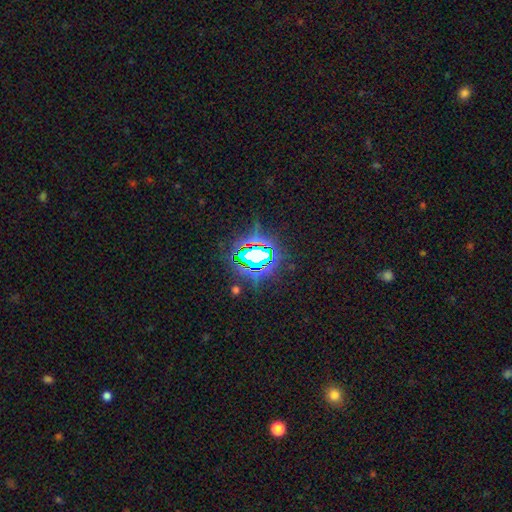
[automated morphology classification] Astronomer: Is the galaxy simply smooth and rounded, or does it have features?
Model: star or artifact — 74%.